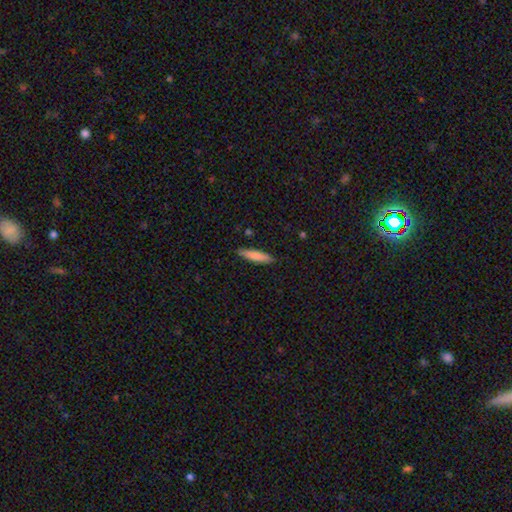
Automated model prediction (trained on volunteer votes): A smooth galaxy with no disk features (79%) that is cigar-shaped (84%).

Vote fractions:
- Smooth or featured? smooth: 79% / featured or disk: 15% / star or artifact: 6%
- How rounded? cigar-shaped: 84% / in between: 14% / round: 1%
- Merging? none: 87% / minor disturbance: 10% / major disturbance: 2% / merger: 1%